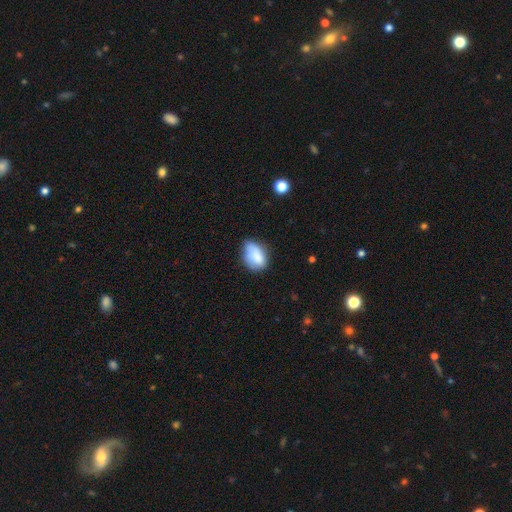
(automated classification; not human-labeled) smooth-or-featured: smooth: 82% | featured or disk: 10% | star or artifact: 8%
  how-rounded: in between: 84% | round: 14% | cigar-shaped: 2%
  merging: none: 48% | minor disturbance: 39% | major disturbance: 10% | merger: 3%